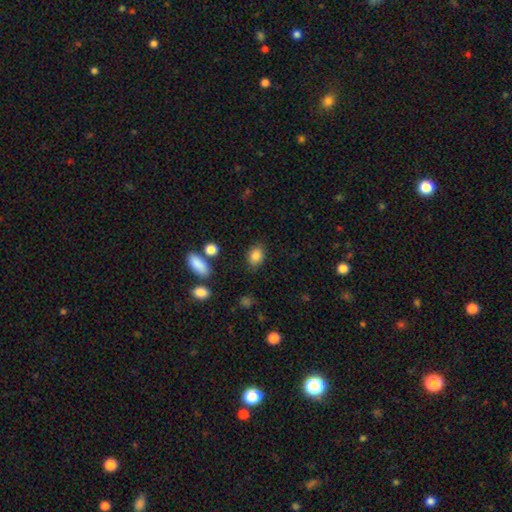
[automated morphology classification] smooth-or-featured: smooth: 85% | star or artifact: 9% | featured or disk: 6%
  how-rounded: in between: 74% | round: 25% | cigar-shaped: 1%
  merging: none: 80% | minor disturbance: 13% | major disturbance: 4% | merger: 3%